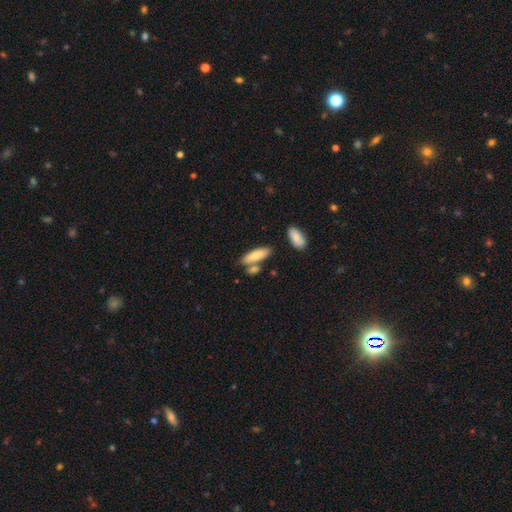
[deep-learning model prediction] smooth-or-featured: smooth: 78% | featured or disk: 16% | star or artifact: 6%
  how-rounded: cigar-shaped: 54% | in between: 44% | round: 2%
  merging: none: 63% | merger: 19% | minor disturbance: 14% | major disturbance: 4%